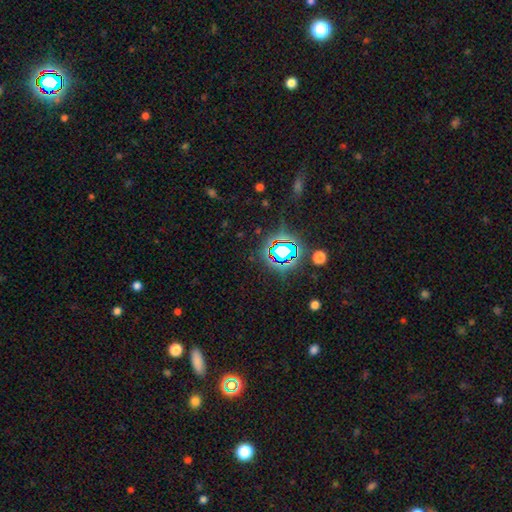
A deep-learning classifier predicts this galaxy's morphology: This is likely a star or artifact rather than a galaxy (76%).